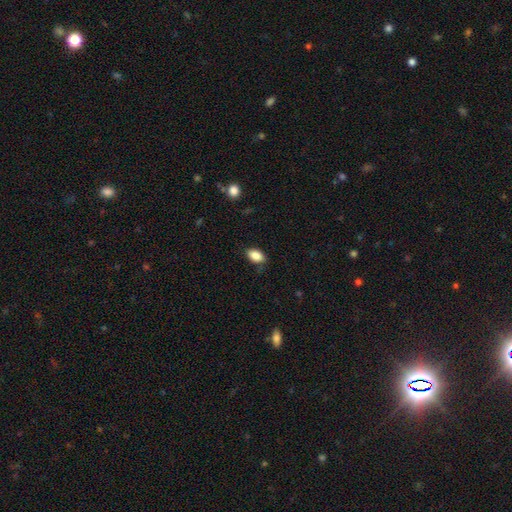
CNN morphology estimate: Smooth or featured: smooth — 88% (star or artifact — 8%)
How rounded: in between — 90% (round — 8%)
Merging: none — 82% (minor disturbance — 14%)